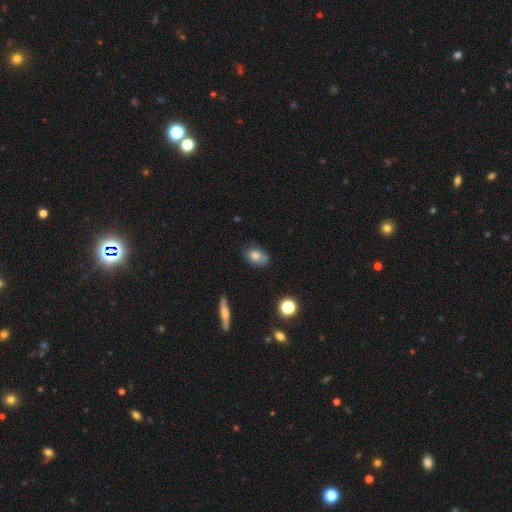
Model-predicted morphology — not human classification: smooth 72%, featured or disk 18%, star or artifact 10%. Down the decision tree: how rounded — in between (79%); merging — none (63%).